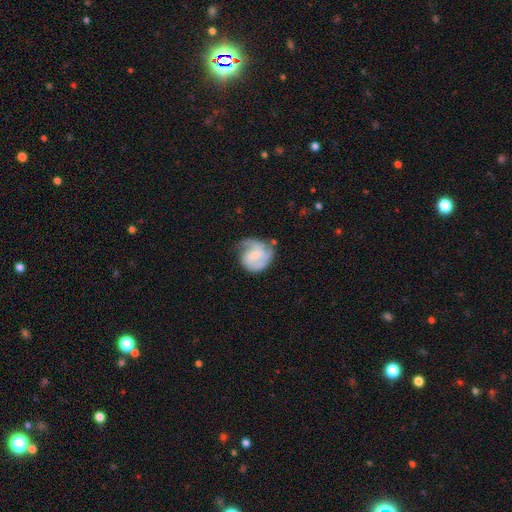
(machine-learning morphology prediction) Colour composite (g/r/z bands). It shows a featured or disk galaxy (59%) with no bar (60%), spiral arms (81%) and a small central bulge (41%). Merging: none (46%).